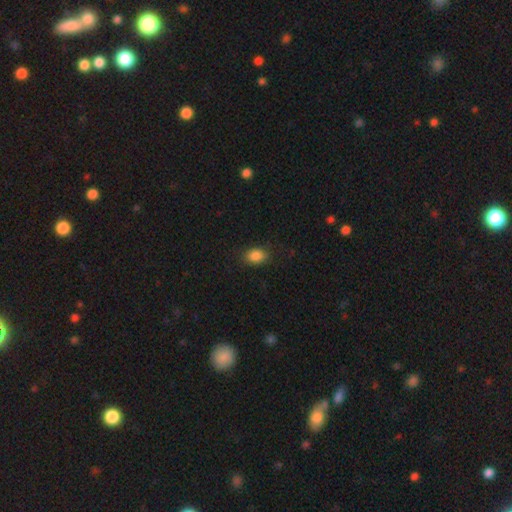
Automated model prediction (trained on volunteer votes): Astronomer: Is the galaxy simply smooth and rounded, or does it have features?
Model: smooth — 87%.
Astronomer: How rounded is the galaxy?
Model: in between — 77%.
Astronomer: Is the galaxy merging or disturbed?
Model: none — 84%.